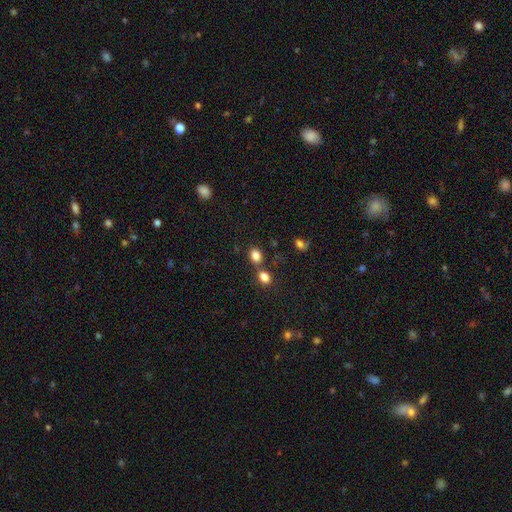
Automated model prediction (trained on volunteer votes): smooth_or_featured: smooth (p=0.83) [alt: star or artifact p=0.11]
how_rounded: in between (p=0.63) [alt: round p=0.36]
merging: none (p=0.56) [alt: merger p=0.29]